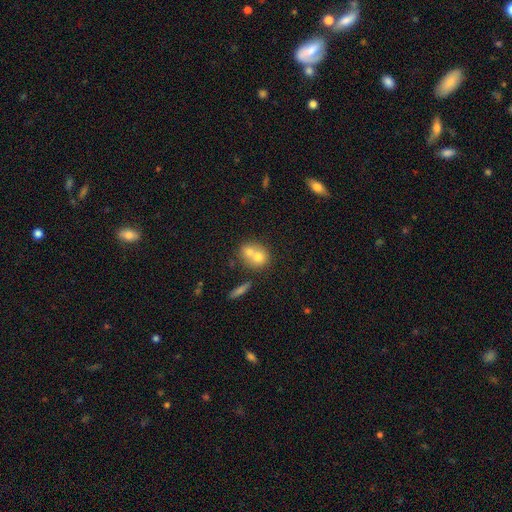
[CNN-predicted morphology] A smooth galaxy with no disk features (67%) that is round (68%).

Vote fractions:
- Smooth or featured? smooth: 67% / featured or disk: 24% / star or artifact: 9%
- How rounded? round: 68% / in between: 31% / cigar-shaped: 2%
- Merging? merger: 66% / none: 25% / minor disturbance: 6% / major disturbance: 3%